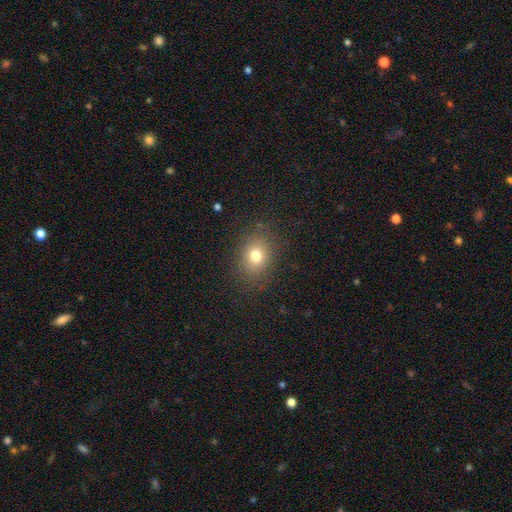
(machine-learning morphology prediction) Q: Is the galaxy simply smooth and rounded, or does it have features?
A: smooth — 76%.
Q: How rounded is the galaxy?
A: round — 51%.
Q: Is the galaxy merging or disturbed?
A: none — 84%.